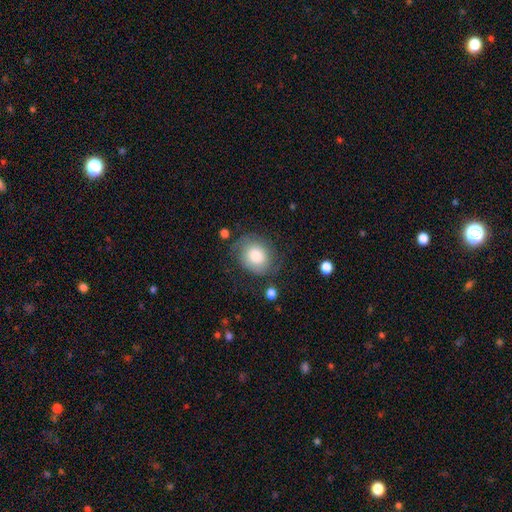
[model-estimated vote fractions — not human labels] Smooth or featured? smooth (71%)
How rounded? round (62%)
Merging? none (68%)